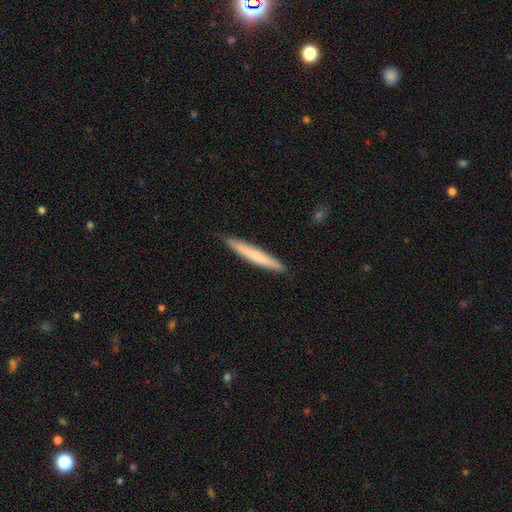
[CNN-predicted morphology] This appears to be a smooth galaxy with no disk features (64%) that is cigar-shaped (96%). Merging: none (89%).